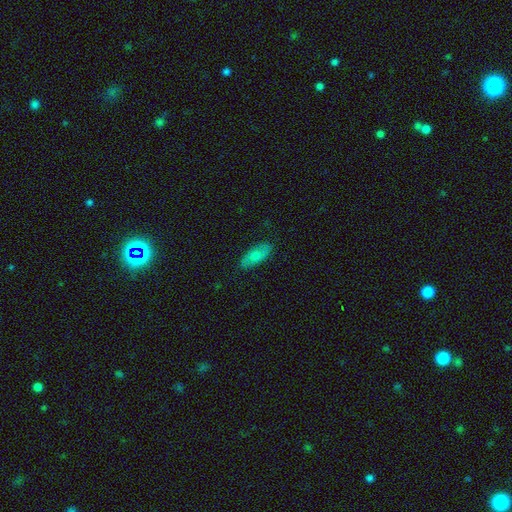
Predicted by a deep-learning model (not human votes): This appears to be a smooth galaxy with no disk features (69%) that is in between round and cigar-shaped (80%). Merging: none (84%).